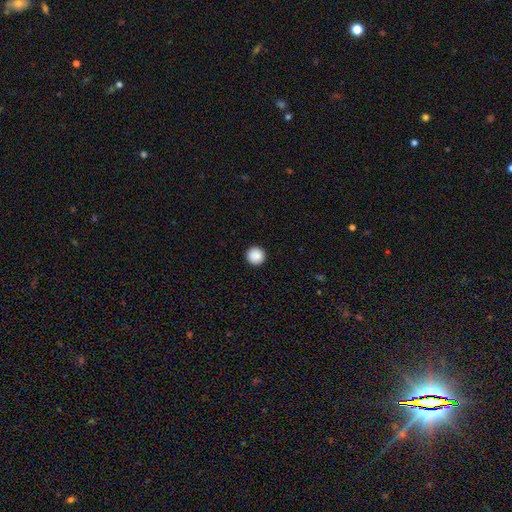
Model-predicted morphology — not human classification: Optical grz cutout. It shows a smooth galaxy with no disk features (89%) that is round (97%). Merging: none (94%).